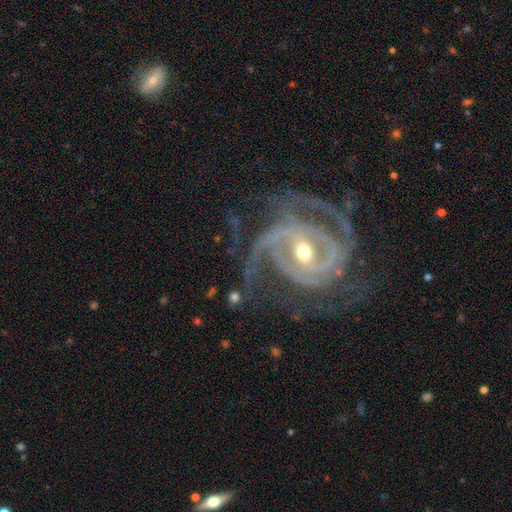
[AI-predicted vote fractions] Morphology: type=featured or disk (92%); edge-on=no (97%); bar=strong (46%); spiral arms=yes (98%); winding=tight (57%); arm count=2 (37%); bulge=moderate (56%); merging=none (68%).